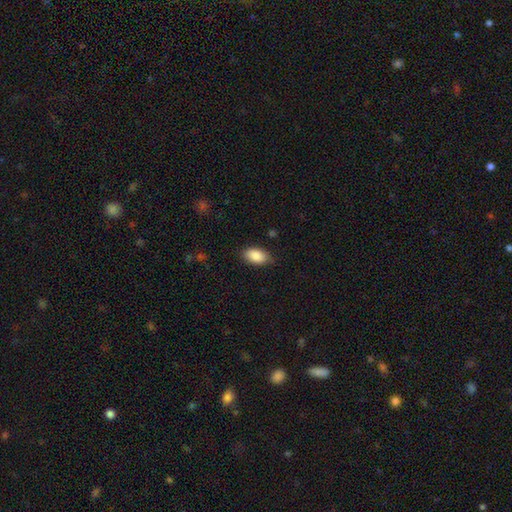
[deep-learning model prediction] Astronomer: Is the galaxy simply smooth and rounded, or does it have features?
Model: smooth — 88%.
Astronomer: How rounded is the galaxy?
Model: in between — 93%.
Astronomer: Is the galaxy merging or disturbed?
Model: none — 83%.